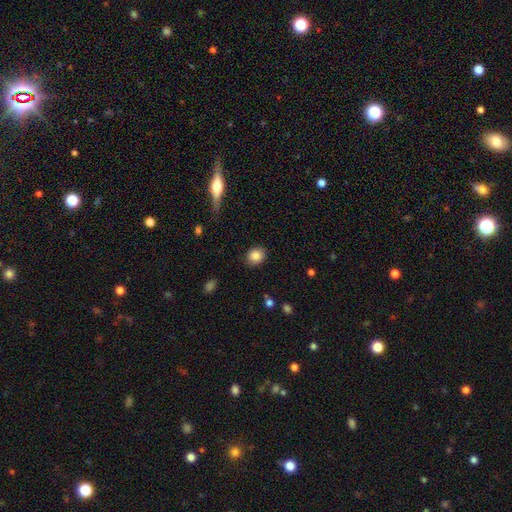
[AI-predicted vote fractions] A smooth galaxy with no disk features (85%) that is round (68%). Merging: none (88%).